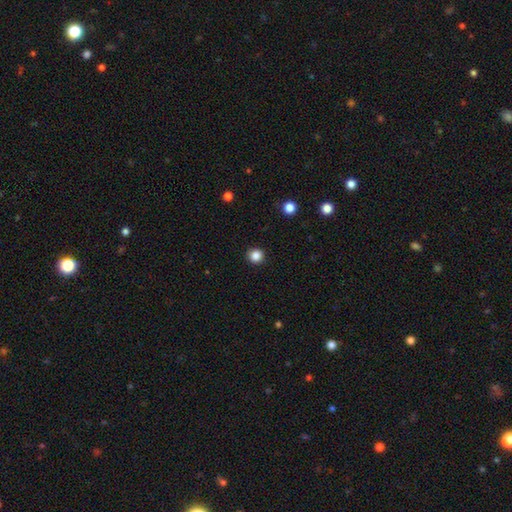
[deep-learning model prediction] Smooth or featured?
  - smooth: 85% *
  - star or artifact: 11%
  - featured or disk: 4%
How rounded?
  - round: 94% *
  - in between: 5%
  - cigar-shaped: 1%
Merging?
  - none: 93% *
  - minor disturbance: 5%
  - major disturbance: 2%
  - merger: 1%